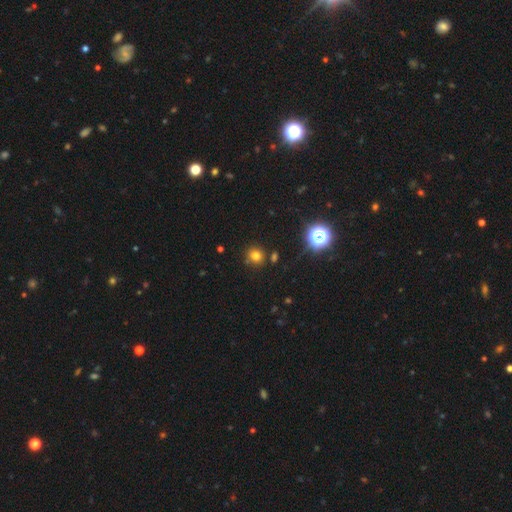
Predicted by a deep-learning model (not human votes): smooth-or-featured: smooth: 74% | star or artifact: 19% | featured or disk: 7%
  how-rounded: round: 89% | in between: 10% | cigar-shaped: 1%
  merging: none: 83% | minor disturbance: 9% | merger: 5% | major disturbance: 3%